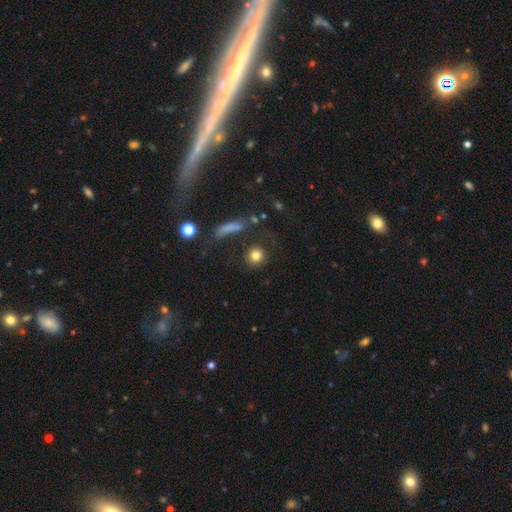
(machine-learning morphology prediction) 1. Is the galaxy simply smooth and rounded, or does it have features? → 81% smooth, 11% star or artifact, 9% featured or disk.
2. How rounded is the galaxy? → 89% round, 9% in between, 2% cigar-shaped.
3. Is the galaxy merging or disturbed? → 77% none, 10% minor disturbance, 7% major disturbance, 6% merger.